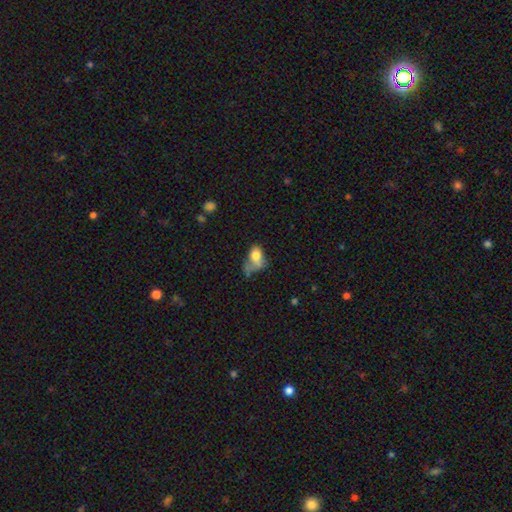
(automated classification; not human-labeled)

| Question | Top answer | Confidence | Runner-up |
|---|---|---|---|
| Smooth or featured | smooth | 70% | featured or disk (20%) |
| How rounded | in between | 78% | round (20%) |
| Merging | major disturbance | 36% | minor disturbance (24%) |